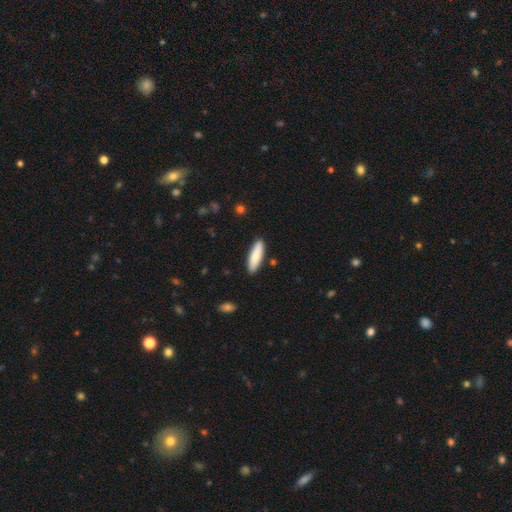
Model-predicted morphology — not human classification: smooth 80%, featured or disk 14%, star or artifact 5%. Down the decision tree: how rounded — cigar-shaped (64%); merging — none (88%).